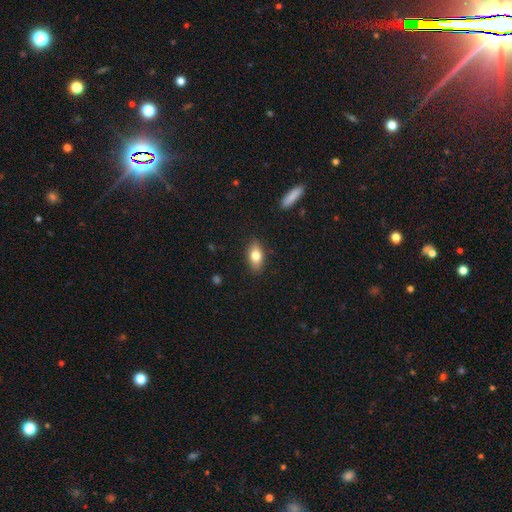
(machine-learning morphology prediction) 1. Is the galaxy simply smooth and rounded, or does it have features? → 78% smooth, 15% featured or disk, 7% star or artifact.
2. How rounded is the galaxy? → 87% in between, 6% cigar-shaped, 6% round.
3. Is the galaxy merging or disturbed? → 87% none, 10% minor disturbance, 2% major disturbance, 1% merger.